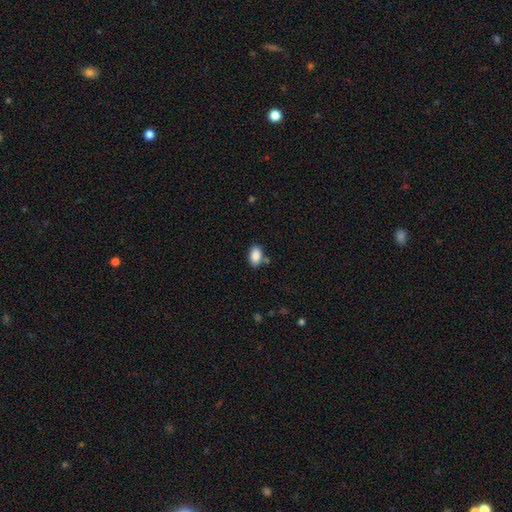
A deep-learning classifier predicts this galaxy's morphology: This is clearly a smooth galaxy (88%). How rounded: clearly in between (91%). Merging: likely none (76%).